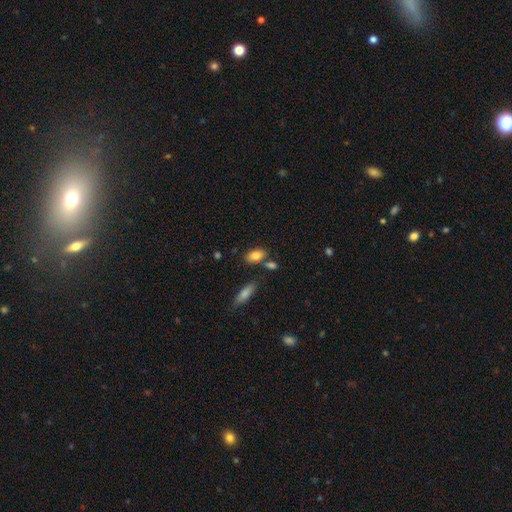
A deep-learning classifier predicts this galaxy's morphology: This is clearly a smooth galaxy (82%). How rounded: clearly in between (88%). Merging: likely none (71%).